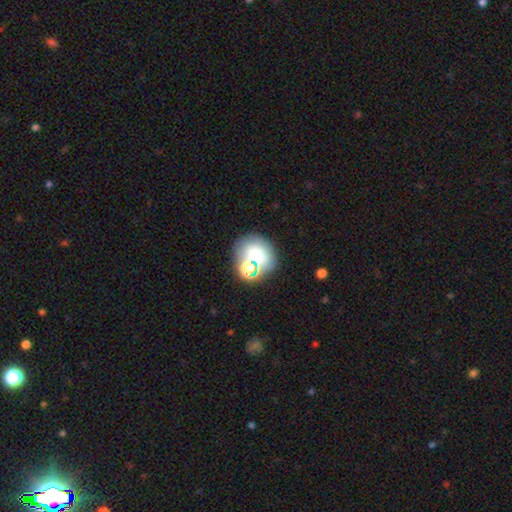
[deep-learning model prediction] The model was most divided on "how rounded": round: 65%, in between: 34%, cigar-shaped: 1%. More confident: smooth or featured — smooth (68%); merging — none (57%).